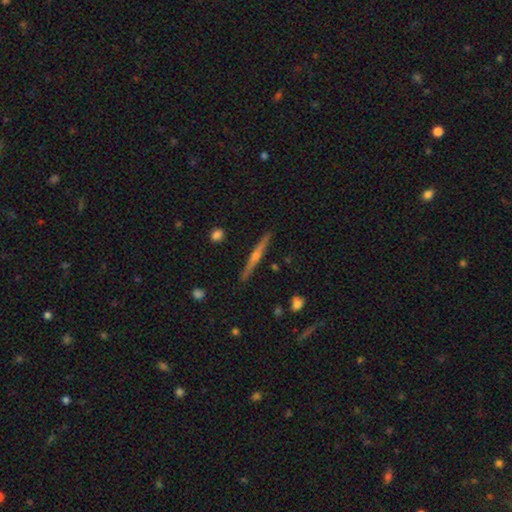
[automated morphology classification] type=featured or disk (76%); edge-on=yes (98%); edge-on bulge=rounded (87%); merging=none (90%).